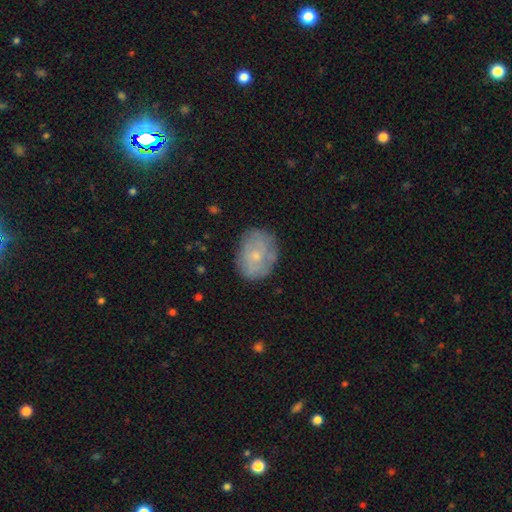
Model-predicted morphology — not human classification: Smooth or featured: smooth — 53% (featured or disk — 39%)
How rounded: in between — 61% (round — 38%)
Merging: none — 75% (minor disturbance — 18%)